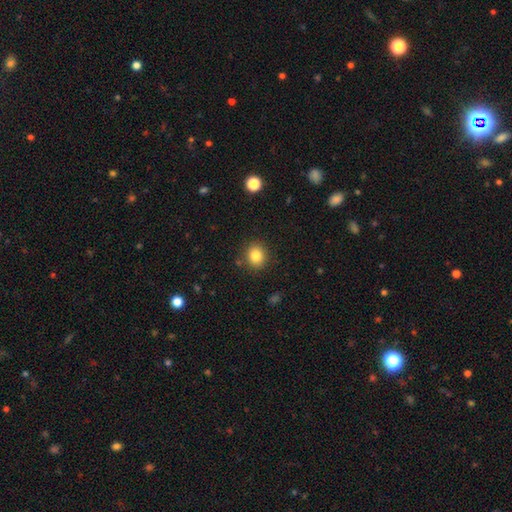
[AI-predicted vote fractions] smooth_or_featured: smooth (p=0.83) [alt: star or artifact p=0.11]
how_rounded: round (p=0.78) [alt: in between p=0.21]
merging: none (p=0.87) [alt: minor disturbance p=0.08]